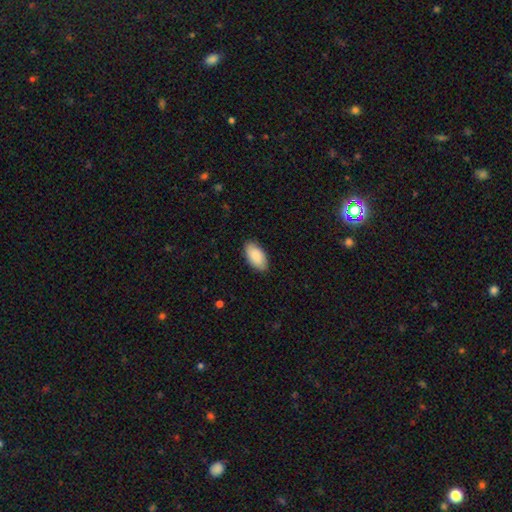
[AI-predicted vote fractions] Smooth or featured: smooth — 90% (star or artifact — 5%)
How rounded: in between — 96% (cigar-shaped — 2%)
Merging: none — 87% (minor disturbance — 10%)